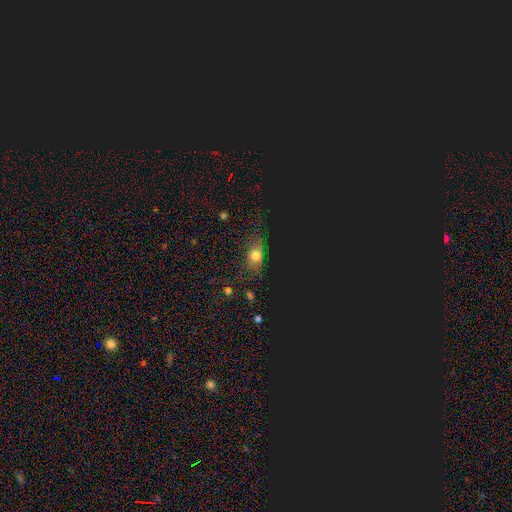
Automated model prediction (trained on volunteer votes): Smooth or featured? smooth (49%)
Merging? none (69%)